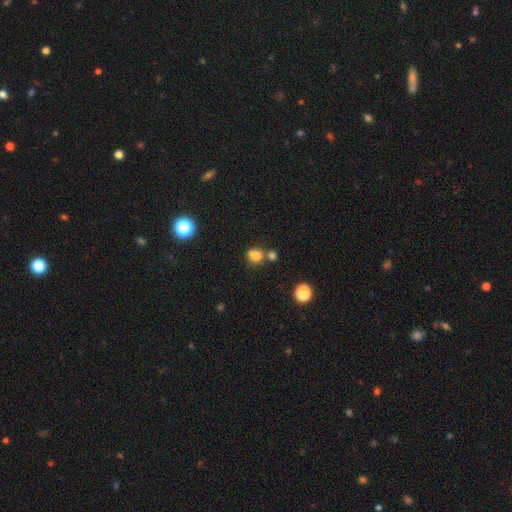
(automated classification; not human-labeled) Smooth or featured?
  - smooth: 75% *
  - star or artifact: 16%
  - featured or disk: 9%
How rounded?
  - round: 65% *
  - in between: 34%
  - cigar-shaped: 1%
Merging?
  - none: 46% *
  - merger: 35%
  - minor disturbance: 13%
  - major disturbance: 5%